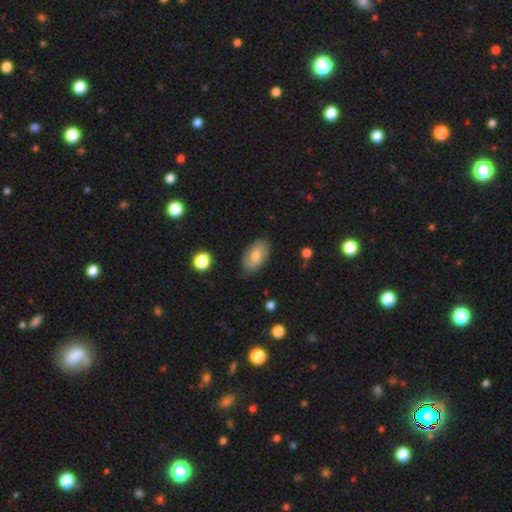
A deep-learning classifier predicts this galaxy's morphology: Smooth or featured?
  - smooth: 65% *
  - featured or disk: 27%
  - star or artifact: 8%
How rounded?
  - in between: 93% *
  - round: 5%
  - cigar-shaped: 2%
Merging?
  - none: 79% *
  - minor disturbance: 16%
  - major disturbance: 4%
  - merger: 1%